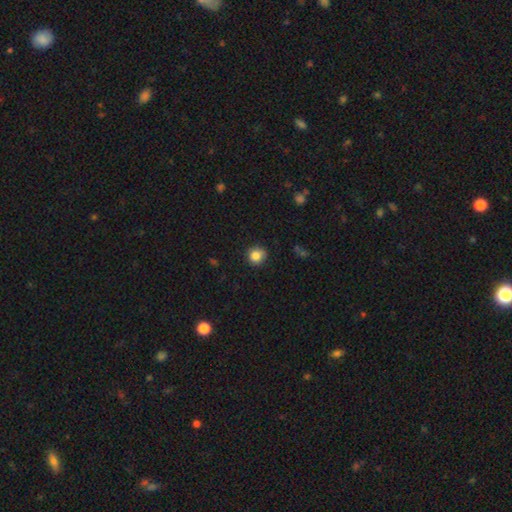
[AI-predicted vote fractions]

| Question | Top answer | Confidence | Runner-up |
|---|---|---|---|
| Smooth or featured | smooth | 85% | star or artifact (10%) |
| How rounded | round | 90% | in between (9%) |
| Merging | none | 86% | minor disturbance (11%) |